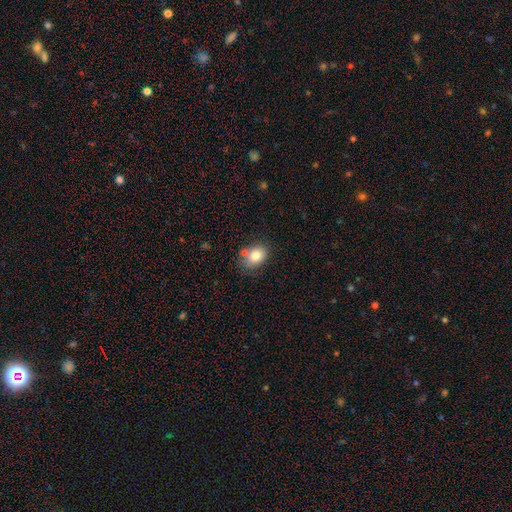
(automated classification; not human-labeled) Morphology: type=smooth (81%); roundness=in between (65%); merging=none (65%).